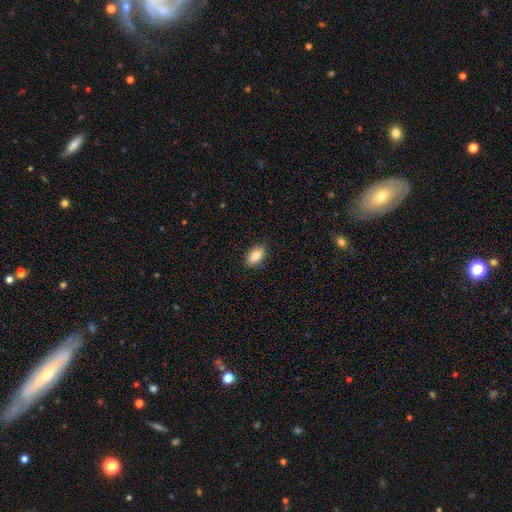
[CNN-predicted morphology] Q: Smooth or featured?
A: smooth (82%); runner-up: featured or disk (11%)
Q: How rounded?
A: in between (89%); runner-up: cigar-shaped (6%)
Q: Merging?
A: none (86%); runner-up: minor disturbance (11%)